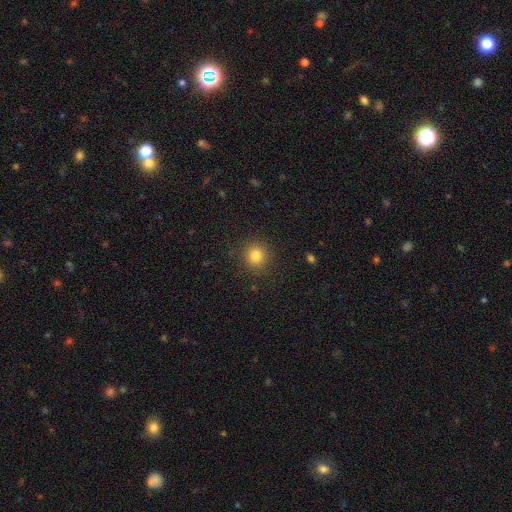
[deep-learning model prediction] Smooth or featured? Predicted: smooth (p=0.82). How rounded? Predicted: round (p=0.91). Merging? Predicted: none (p=0.89).